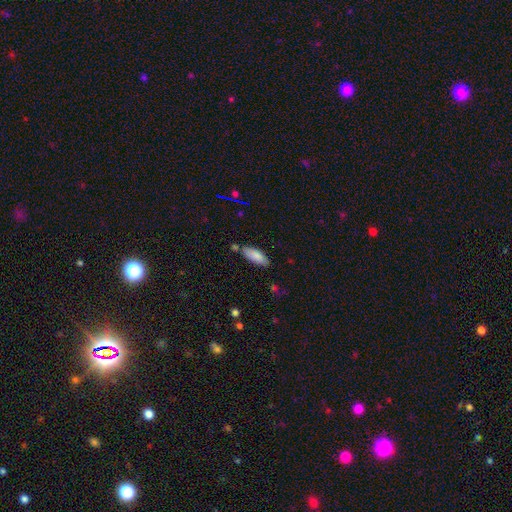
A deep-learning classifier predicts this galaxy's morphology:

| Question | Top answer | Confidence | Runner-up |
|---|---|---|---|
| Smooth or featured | smooth | 85% | featured or disk (8%) |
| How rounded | in between | 71% | cigar-shaped (27%) |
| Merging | none | 73% | minor disturbance (17%) |